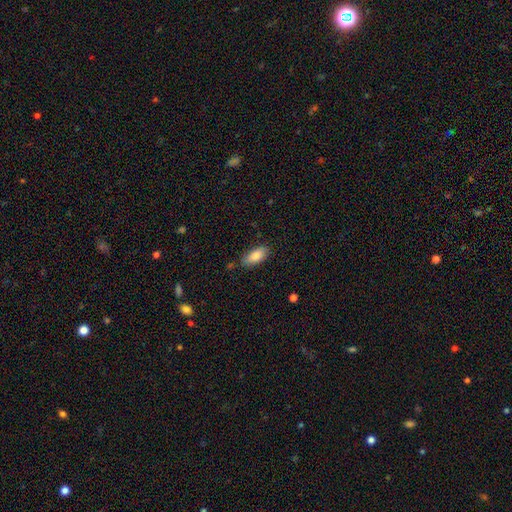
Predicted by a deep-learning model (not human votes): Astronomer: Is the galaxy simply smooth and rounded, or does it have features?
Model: smooth — 84%.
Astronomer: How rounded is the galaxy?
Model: in between — 86%.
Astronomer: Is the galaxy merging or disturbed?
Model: none — 79%.